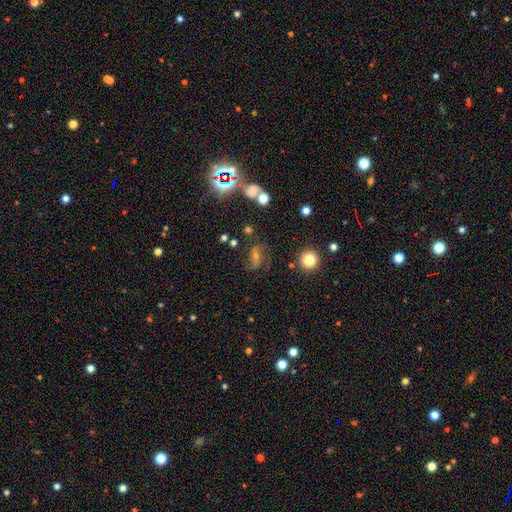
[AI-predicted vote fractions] The model was most divided on "smooth or featured": featured or disk: 49%, star or artifact: 31%, smooth: 20%. More confident: merging — none (64%).